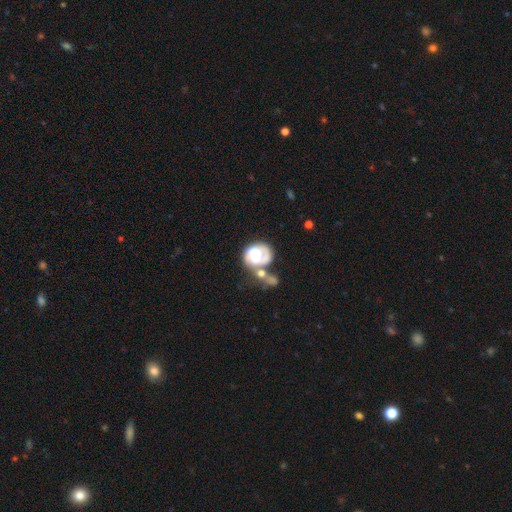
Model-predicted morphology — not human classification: A featured or disk galaxy (73%) with no bar (50%), 2 (60%) tight (50%) spiral arms (85%) and a moderate central bulge (49%).

Vote fractions:
- Smooth or featured? featured or disk: 73% / smooth: 21% / star or artifact: 6%
- Edge-on disk? no: 98% / yes: 2%
- Bar? no: 50% / weak: 38% / strong: 12%
- Spiral arms? yes: 85% / no: 15%
- Spiral winding? tight: 50% / medium: 36% / loose: 14%
- Spiral arm count? 2: 60% / 1: 22% / can't tell: 12% / 3: 3% / 4: 1% / more than 4: 1%
- Bulge size? moderate: 49% / large: 23% / small: 18% / none: 7% / dominant: 3%
- Merging? merger: 36% / none: 30% / major disturbance: 17% / minor disturbance: 17%